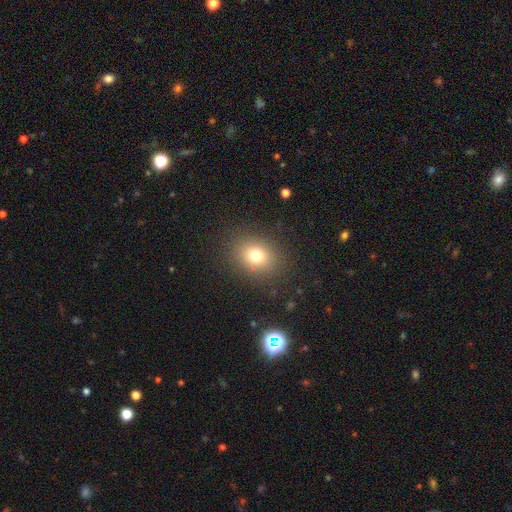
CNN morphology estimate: Q: Smooth or featured?
A: smooth (75%); runner-up: star or artifact (15%)
Q: How rounded?
A: round (60%); runner-up: in between (39%)
Q: Merging?
A: none (87%); runner-up: minor disturbance (8%)